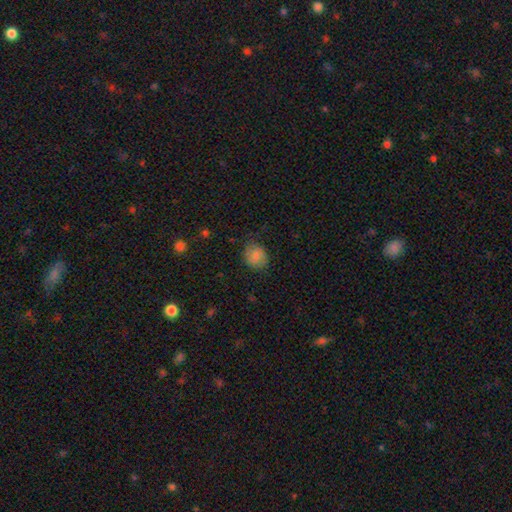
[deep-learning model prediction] smooth 78%, featured or disk 14%, star or artifact 8%. Down the decision tree: how rounded — round (56%); merging — none (71%).